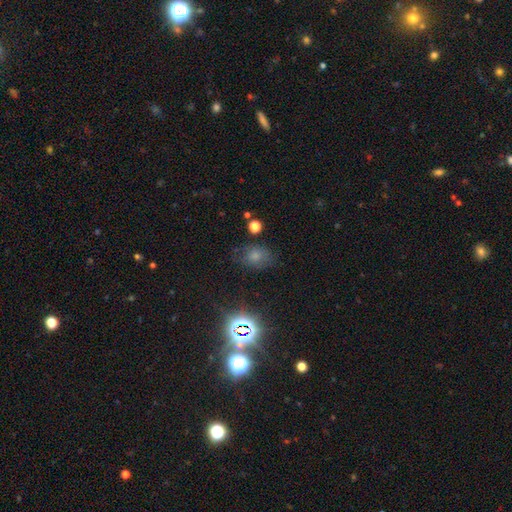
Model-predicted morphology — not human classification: smooth-or-featured: smooth: 68% | star or artifact: 21% | featured or disk: 11%
  how-rounded: in between: 66% | round: 33% | cigar-shaped: 1%
  merging: none: 66% | minor disturbance: 22% | major disturbance: 9% | merger: 3%